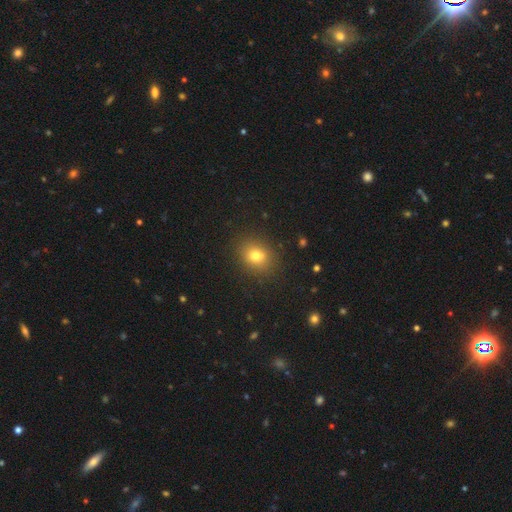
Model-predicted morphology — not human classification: smooth_or_featured: smooth (p=0.76) [alt: star or artifact p=0.14]
how_rounded: round (p=0.61) [alt: in between p=0.38]
merging: none (p=0.87) [alt: minor disturbance p=0.08]